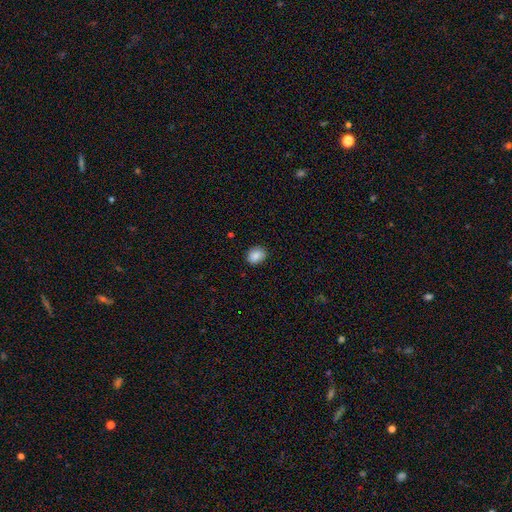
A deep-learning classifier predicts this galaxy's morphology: Smooth or featured: smooth — 85% (star or artifact — 8%)
How rounded: round — 49% (tied with in between — 49%)
Merging: none — 87% (minor disturbance — 10%)